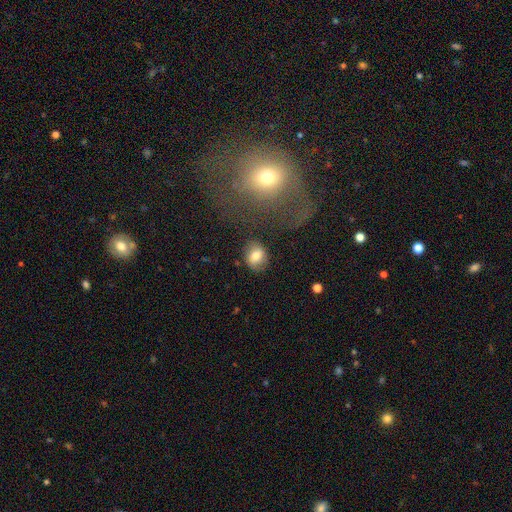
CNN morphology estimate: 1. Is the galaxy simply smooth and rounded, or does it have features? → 76% smooth, 15% featured or disk, 9% star or artifact.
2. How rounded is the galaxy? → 54% round, 45% in between, 1% cigar-shaped.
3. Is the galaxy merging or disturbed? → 82% none, 11% minor disturbance, 4% major disturbance, 3% merger.